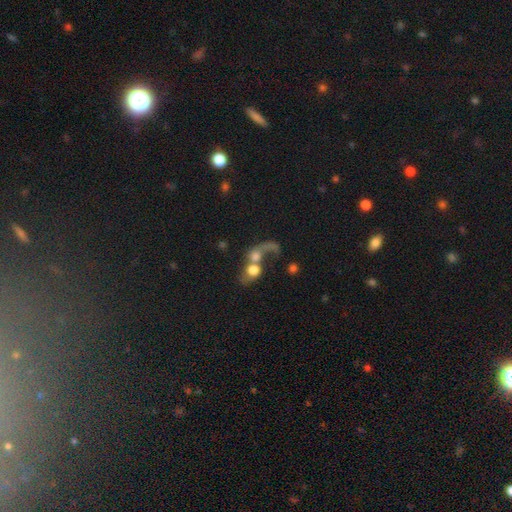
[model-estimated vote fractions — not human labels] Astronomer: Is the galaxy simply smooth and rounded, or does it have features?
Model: smooth — 53% (runner-up: featured or disk, 35%).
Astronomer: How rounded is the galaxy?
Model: round — 62%.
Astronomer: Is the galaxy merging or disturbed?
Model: merger — 69%.